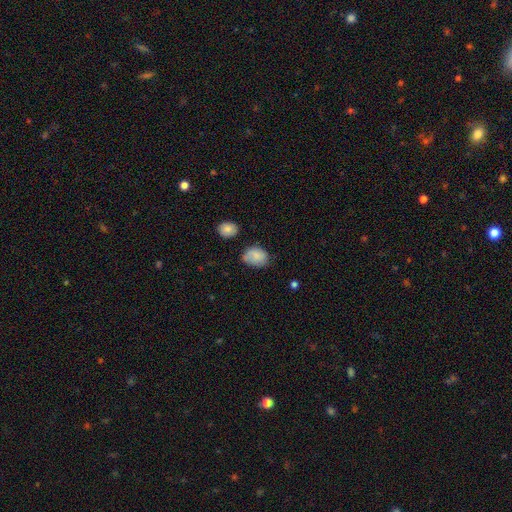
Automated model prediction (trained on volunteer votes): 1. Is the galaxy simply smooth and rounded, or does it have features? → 78% smooth, 14% featured or disk, 8% star or artifact.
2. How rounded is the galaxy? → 65% in between, 34% round, 1% cigar-shaped.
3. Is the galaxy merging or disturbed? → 57% none, 31% minor disturbance, 8% major disturbance, 4% merger.